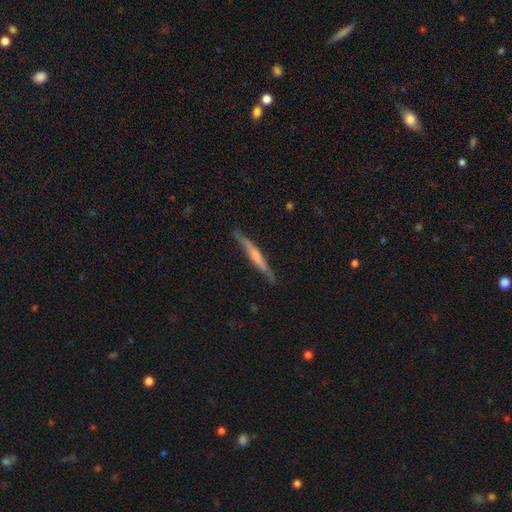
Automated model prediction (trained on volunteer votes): smooth_or_featured: featured or disk (p=0.60) [alt: smooth p=0.34]
disk_edge_on: yes (p=0.96) [alt: no p=0.04]
edge_on_bulge: rounded (p=0.47) [alt: none p=0.38]
merging: none (p=0.83) [alt: minor disturbance p=0.13]